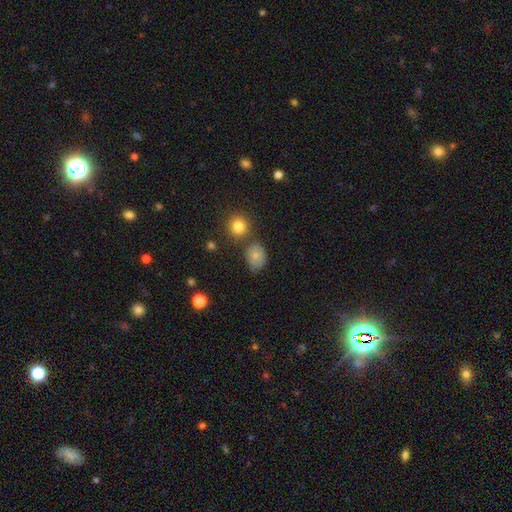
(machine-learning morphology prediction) A smooth galaxy with no disk features (76%) that is in between round and cigar-shaped (55%).

Vote fractions:
- Smooth or featured? smooth: 76% / featured or disk: 12% / star or artifact: 12%
- How rounded? in between: 55% / round: 44% / cigar-shaped: 1%
- Merging? none: 60% / minor disturbance: 23% / merger: 11% / major disturbance: 6%